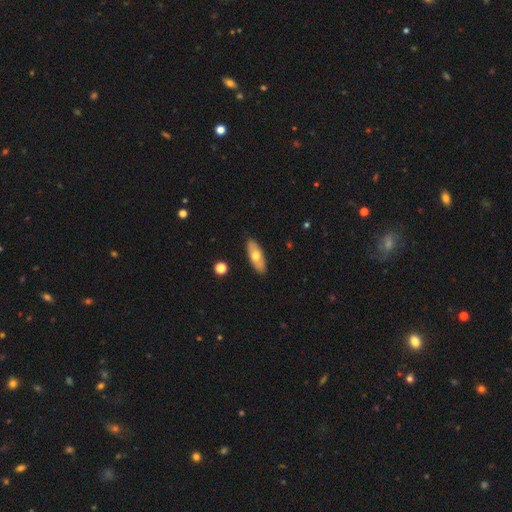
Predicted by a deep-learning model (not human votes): A smooth galaxy with no disk features (59%) that is in between round and cigar-shaped (77%).

Vote fractions:
- Smooth or featured? smooth: 59% / featured or disk: 35% / star or artifact: 6%
- How rounded? in between: 77% / cigar-shaped: 20% / round: 3%
- Merging? none: 87% / minor disturbance: 9% / major disturbance: 2% / merger: 1%